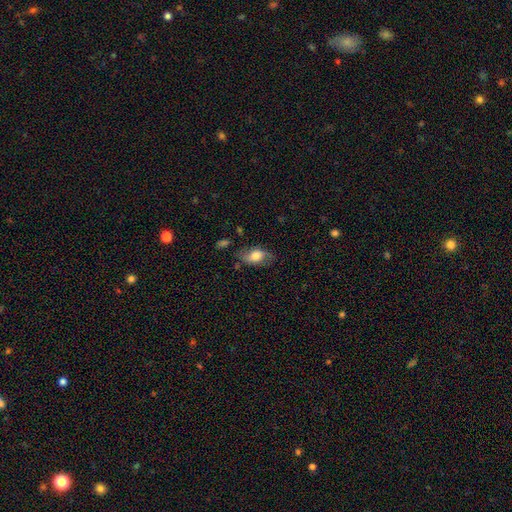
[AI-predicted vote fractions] Smooth or featured: smooth — 63% (featured or disk — 29%)
How rounded: in between — 88% (round — 9%)
Merging: none — 68% (minor disturbance — 22%)